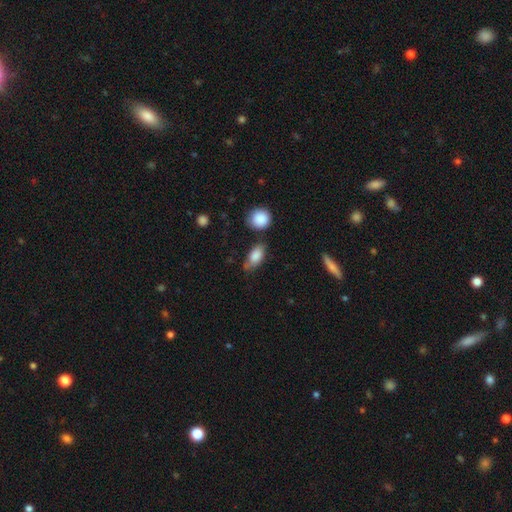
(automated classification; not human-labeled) smooth 82%, featured or disk 11%, star or artifact 7%. Down the decision tree: how rounded — in between (86%); merging — none (56%).